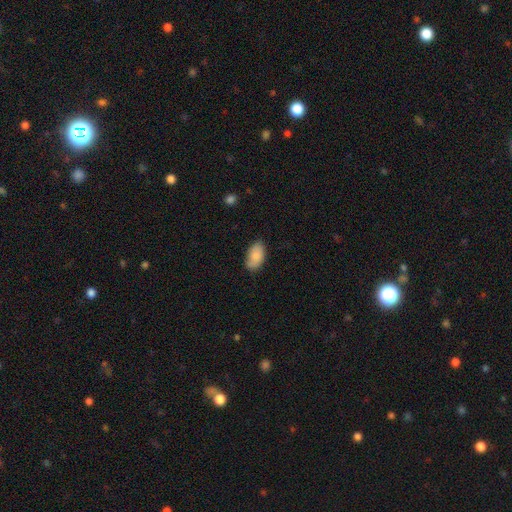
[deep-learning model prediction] Smooth or featured? Predicted: smooth (p=0.82). How rounded? Predicted: in between (p=0.94). Merging? Predicted: none (p=0.74).